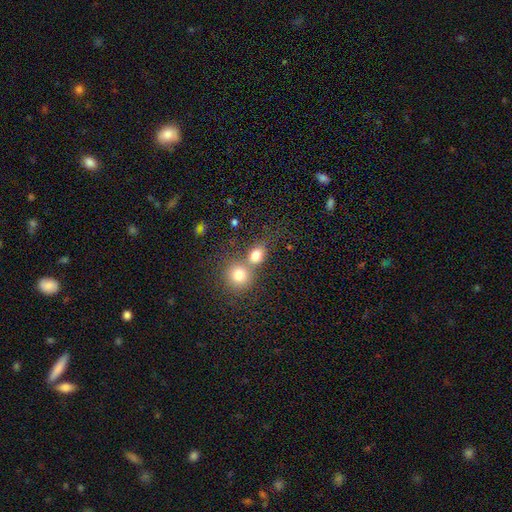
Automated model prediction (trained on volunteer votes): Smooth or featured? Predicted: smooth (p=0.78). How rounded? Predicted: round (p=0.61). Merging? Predicted: merger (p=0.48).